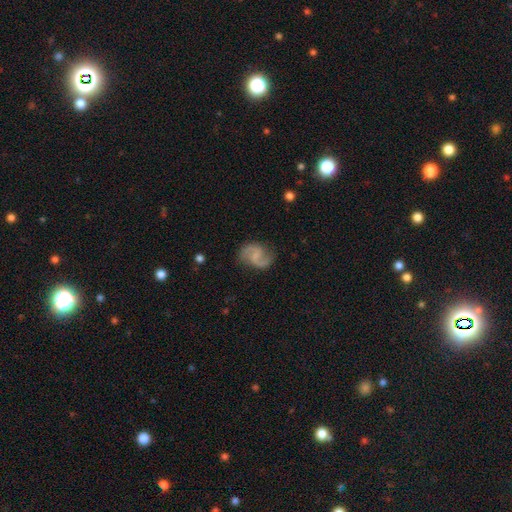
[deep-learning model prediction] Smooth or featured? Predicted: featured or disk (p=0.84). Edge-on disk? Predicted: no (p=0.98). Bar? Predicted: weak (p=0.48). Spiral arms? Predicted: yes (p=0.97). Spiral winding? Predicted: medium (p=0.47). Spiral arm count? Predicted: 2 (p=0.93). Bulge size? Predicted: small (p=0.47). Merging? Predicted: none (p=0.79).